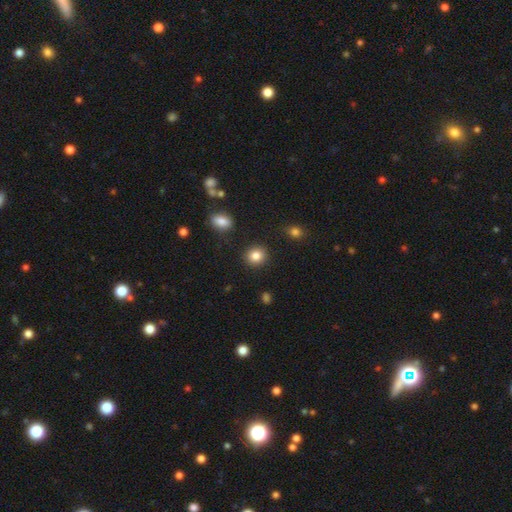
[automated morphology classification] Overall: smooth (85%). How rounded: round (85%). Merging: none (89%).